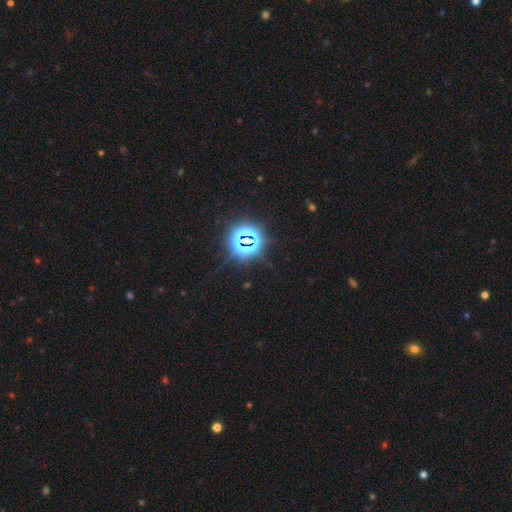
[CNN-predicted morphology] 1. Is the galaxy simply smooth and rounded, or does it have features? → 85% star or artifact, 10% smooth, 6% featured or disk.